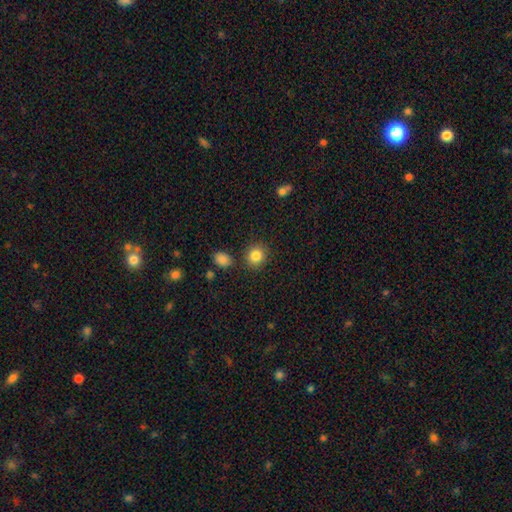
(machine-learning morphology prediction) Smooth or featured? smooth (85%)
How rounded? round (85%)
Merging? none (85%)